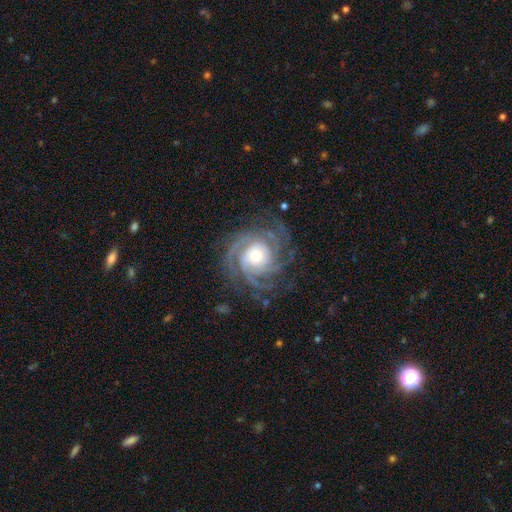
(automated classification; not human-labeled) A featured or disk galaxy (90%) with no bar (74%), 4 (27%) tight (68%) spiral arms (98%) and a moderate central bulge (55%). Merging: none (76%).